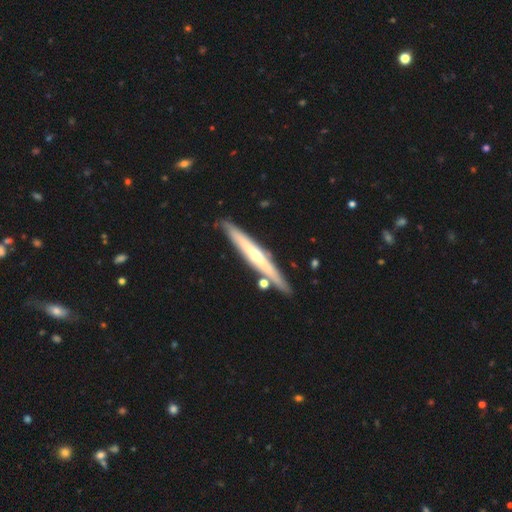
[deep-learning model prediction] Smooth or featured? featured or disk (65%)
Edge-on disk? yes (94%)
Edge-on bulge? rounded (71%)
Merging? none (85%)